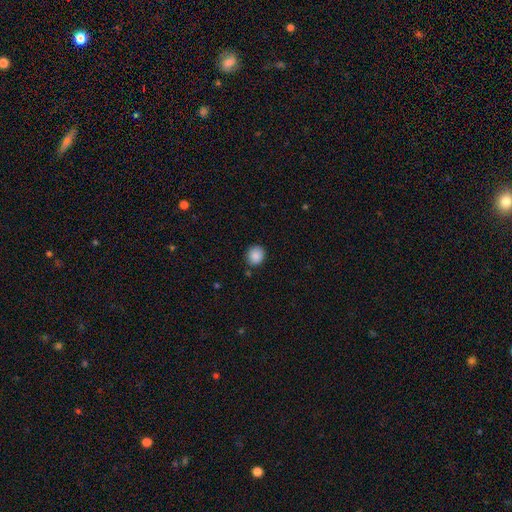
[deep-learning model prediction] Overall: smooth (88%). How rounded: round (80%). Merging: none (85%).